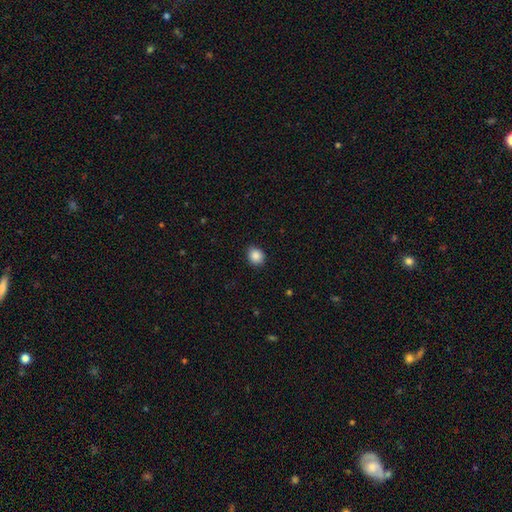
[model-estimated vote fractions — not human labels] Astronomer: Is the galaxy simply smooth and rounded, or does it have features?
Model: smooth — 88%.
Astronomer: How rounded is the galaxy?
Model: round — 66%.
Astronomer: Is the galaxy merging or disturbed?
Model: none — 88%.